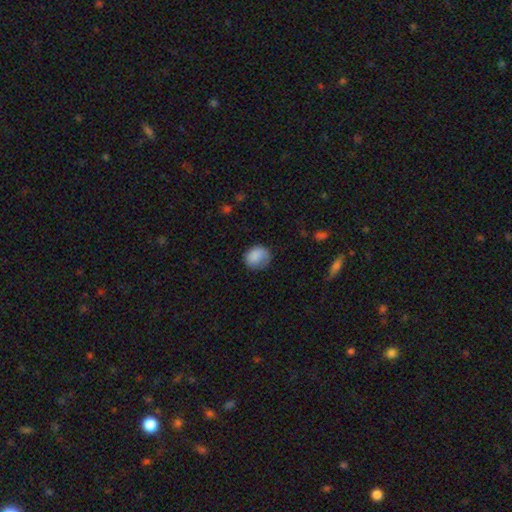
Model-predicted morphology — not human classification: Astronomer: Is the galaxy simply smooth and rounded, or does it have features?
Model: smooth — 85%.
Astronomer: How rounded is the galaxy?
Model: round — 61% (runner-up: in between, 39%).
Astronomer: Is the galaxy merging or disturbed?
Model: none — 63%.